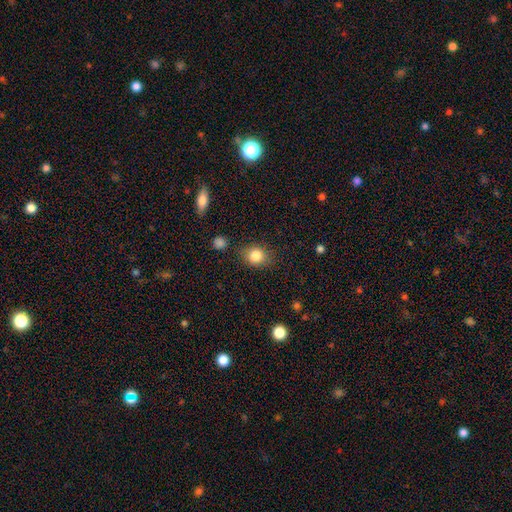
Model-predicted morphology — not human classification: Smooth or featured? Predicted: smooth (p=0.83). How rounded? Predicted: round (p=0.59). Merging? Predicted: none (p=0.78).